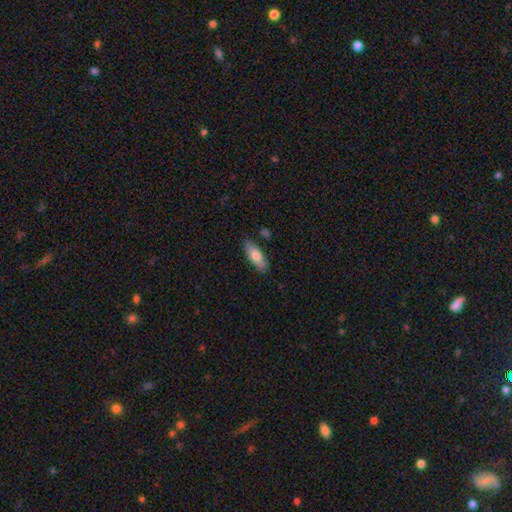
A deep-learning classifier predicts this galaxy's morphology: Smooth or featured?
  - smooth: 75% *
  - featured or disk: 19%
  - star or artifact: 6%
How rounded?
  - in between: 74% *
  - cigar-shaped: 24%
  - round: 2%
Merging?
  - none: 83% *
  - minor disturbance: 12%
  - merger: 2%
  - major disturbance: 2%